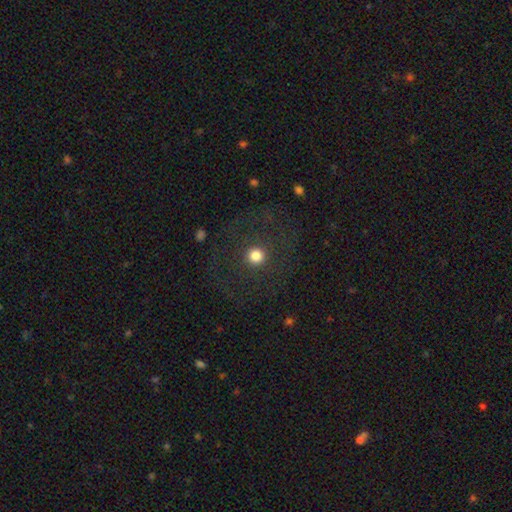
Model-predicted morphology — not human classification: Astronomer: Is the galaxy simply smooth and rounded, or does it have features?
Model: smooth — 76%.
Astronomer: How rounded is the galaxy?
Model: round — 94%.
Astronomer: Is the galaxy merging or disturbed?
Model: none — 83%.